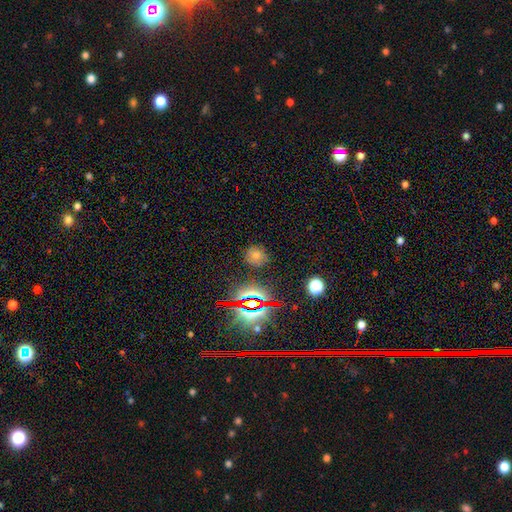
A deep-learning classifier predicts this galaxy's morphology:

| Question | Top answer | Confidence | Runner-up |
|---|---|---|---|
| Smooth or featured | smooth | 61% | star or artifact (28%) |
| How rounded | round | 77% | in between (22%) |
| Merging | none | 77% | minor disturbance (15%) |